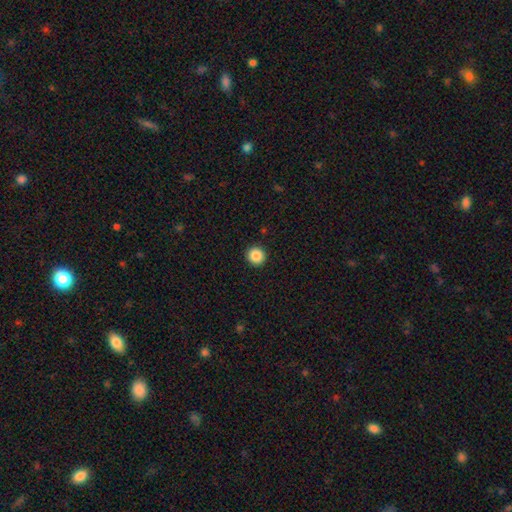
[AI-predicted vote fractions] Smooth or featured? smooth (87%)
How rounded? round (95%)
Merging? none (93%)